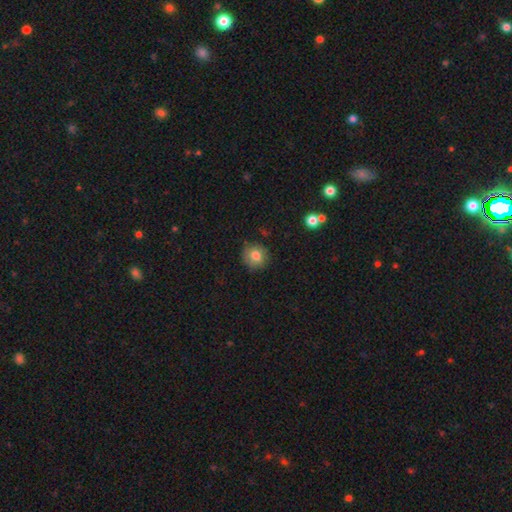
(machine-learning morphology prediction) smooth 80%, featured or disk 10%, star or artifact 10%. Down the decision tree: how rounded — round (89%); merging — none (84%).